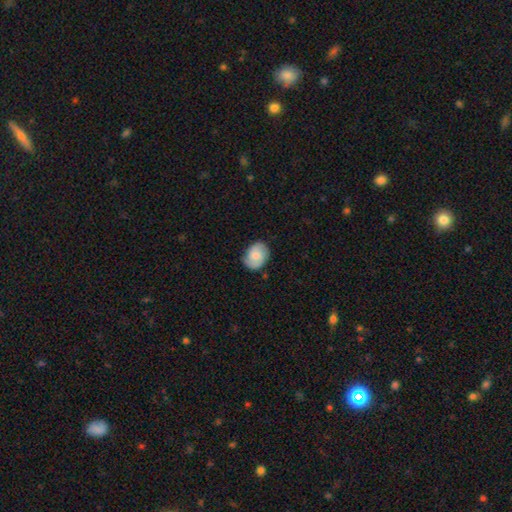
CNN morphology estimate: A featured or disk galaxy (48%).

Vote fractions:
- Smooth or featured? featured or disk: 48% / smooth: 45% / star or artifact: 7%
- Merging? none: 74% / minor disturbance: 20% / major disturbance: 4% / merger: 1%